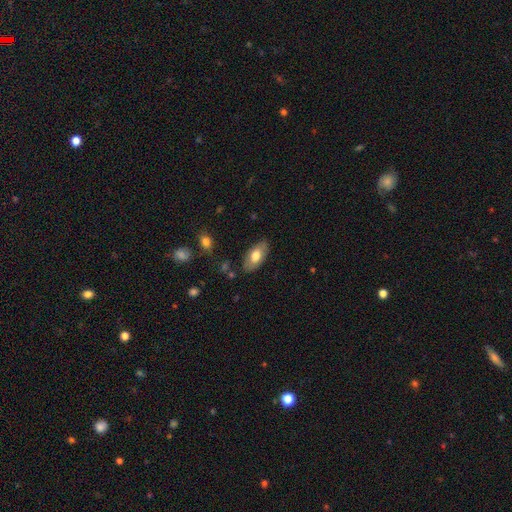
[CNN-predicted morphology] smooth 69%, featured or disk 25%, star or artifact 6%. Down the decision tree: how rounded — in between (93%); merging — none (83%).